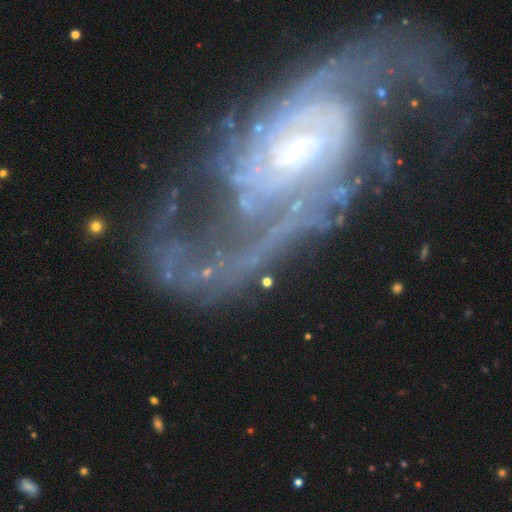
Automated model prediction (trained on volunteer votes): Smooth or featured? Predicted: featured or disk (p=0.82). Edge-on disk? Predicted: no (p=0.95). Bar? Predicted: no (p=0.45). Spiral arms? Predicted: yes (p=0.88). Spiral winding? Predicted: tight (p=0.38). Spiral arm count? Predicted: 2 (p=0.35). Bulge size? Predicted: small (p=0.59). Merging? Predicted: none (p=0.44).